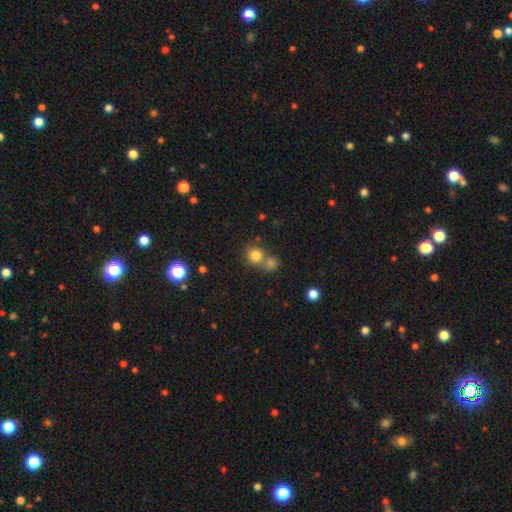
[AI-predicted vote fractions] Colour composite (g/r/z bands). It shows a smooth galaxy with no disk features (80%) that is round (87%). Merging: none (50%).